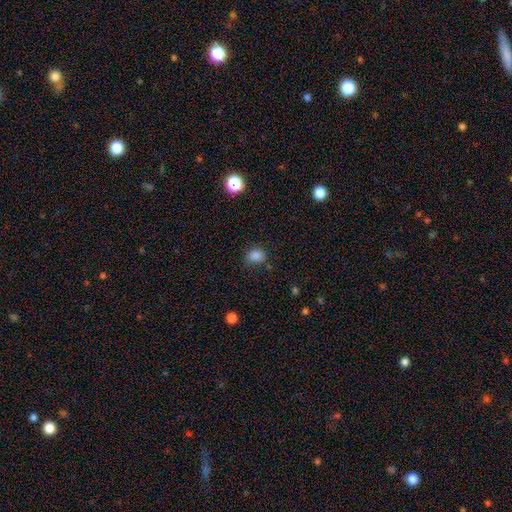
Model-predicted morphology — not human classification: The model was most divided on "how rounded": round: 55%, in between: 44%, cigar-shaped: 1%. More confident: smooth or featured — smooth (83%); merging — none (71%).